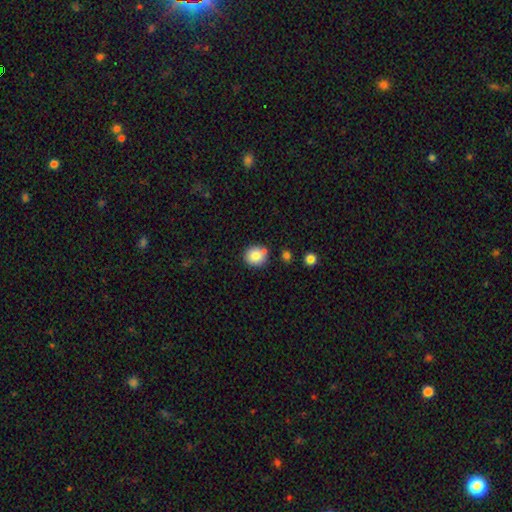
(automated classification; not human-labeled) smooth 83%, star or artifact 9%, featured or disk 7%. Down the decision tree: how rounded — round (86%); merging — none (77%).